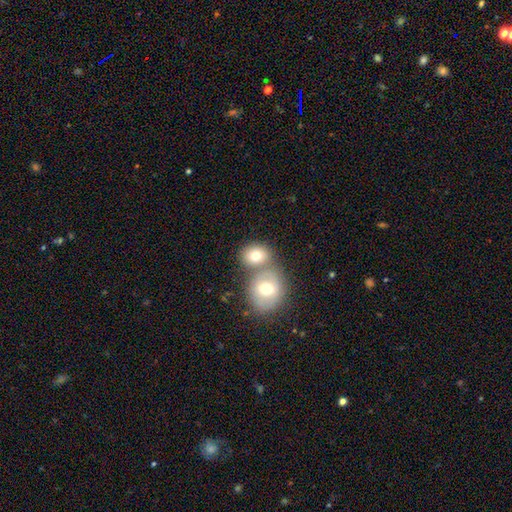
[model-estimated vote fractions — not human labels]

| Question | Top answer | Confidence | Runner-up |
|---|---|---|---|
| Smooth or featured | smooth | 74% | featured or disk (16%) |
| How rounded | round | 67% | in between (32%) |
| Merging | none | 46% | merger (42%) |